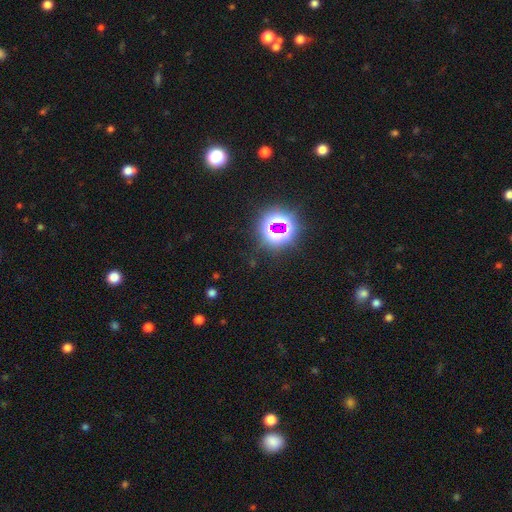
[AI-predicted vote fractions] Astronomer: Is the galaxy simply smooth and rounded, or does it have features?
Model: star or artifact — 79%.